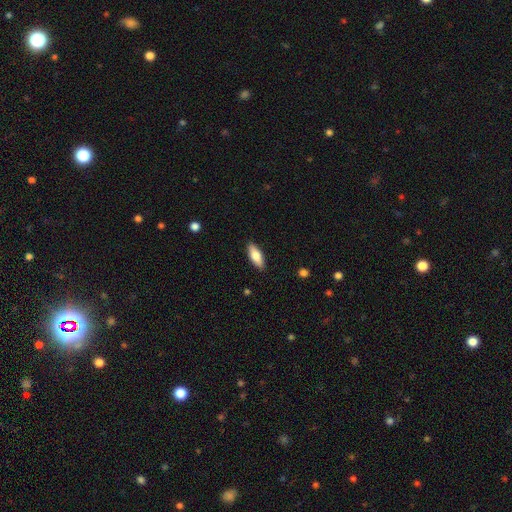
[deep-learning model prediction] Q: Smooth or featured?
A: smooth (74%); runner-up: featured or disk (20%)
Q: How rounded?
A: in between (68%); runner-up: cigar-shaped (30%)
Q: Merging?
A: none (89%); runner-up: minor disturbance (8%)